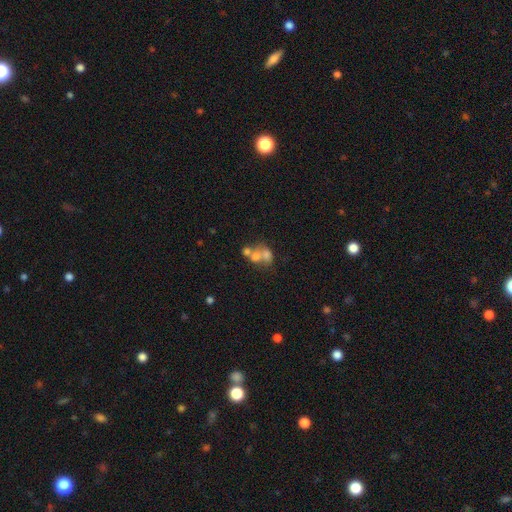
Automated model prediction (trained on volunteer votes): Smooth or featured? Predicted: smooth (p=0.56). How rounded? Predicted: round (p=0.50). Merging? Predicted: merger (p=0.61).